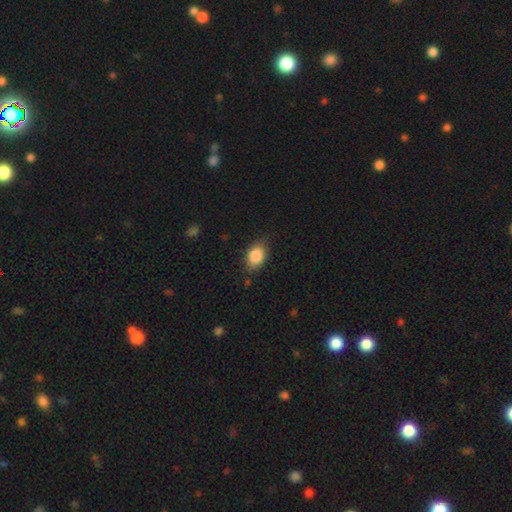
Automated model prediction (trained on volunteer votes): Q: Smooth or featured?
A: smooth (86%); runner-up: star or artifact (7%)
Q: How rounded?
A: in between (82%); runner-up: round (16%)
Q: Merging?
A: none (77%); runner-up: minor disturbance (18%)